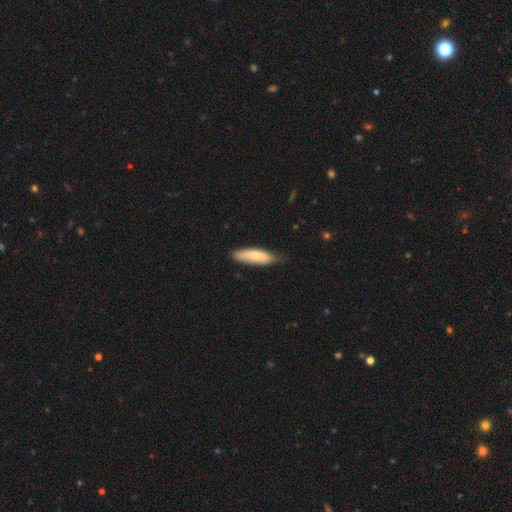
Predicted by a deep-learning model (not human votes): Smooth or featured: smooth — 75% (featured or disk — 19%)
How rounded: cigar-shaped — 59% (in between — 39%)
Merging: none — 65% (minor disturbance — 29%)